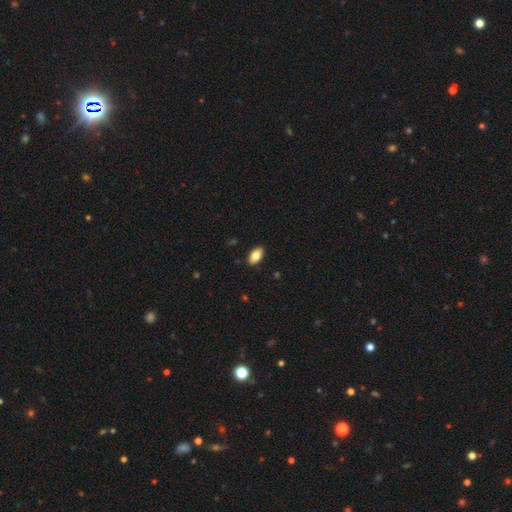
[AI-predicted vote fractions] smooth_or_featured: smooth (p=0.80) [alt: featured or disk p=0.13]
how_rounded: in between (p=0.92) [alt: cigar-shaped p=0.04]
merging: none (p=0.89) [alt: minor disturbance p=0.08]